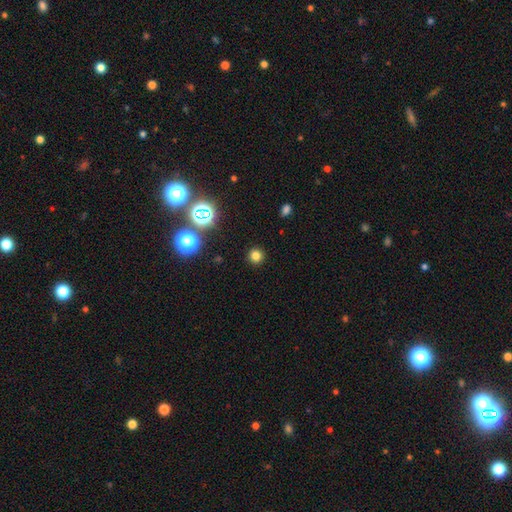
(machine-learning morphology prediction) Smooth or featured? Predicted: smooth (p=0.76). How rounded? Predicted: round (p=0.93). Merging? Predicted: none (p=0.91).